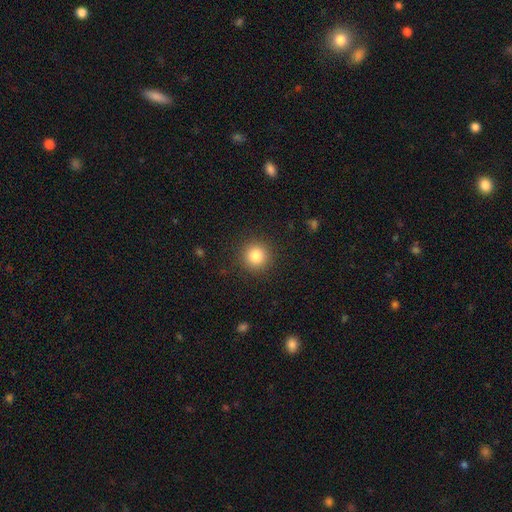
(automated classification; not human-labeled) This appears to be a smooth galaxy with no disk features (83%) that is round (95%). Merging: none (91%).